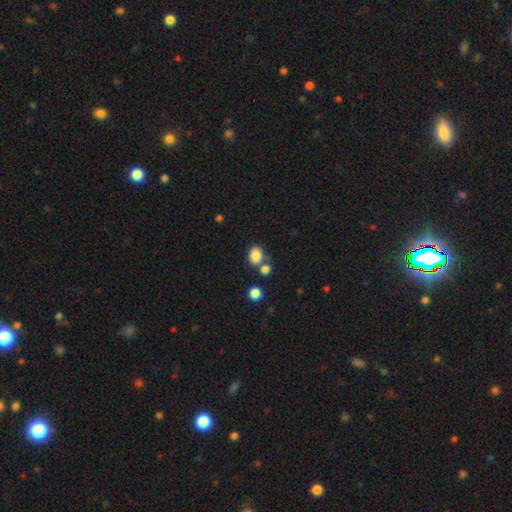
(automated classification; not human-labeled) This is clearly a smooth galaxy (84%). How rounded: possibly in between (57%). Merging: likely none (60%).